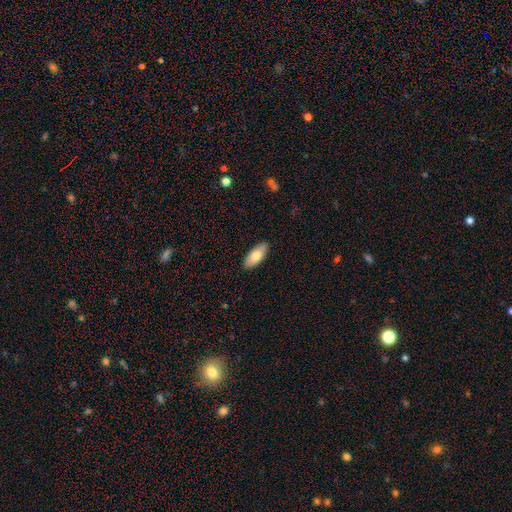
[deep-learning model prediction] Smooth or featured: smooth — 77% (featured or disk — 17%)
How rounded: in between — 87% (cigar-shaped — 11%)
Merging: none — 89% (minor disturbance — 8%)